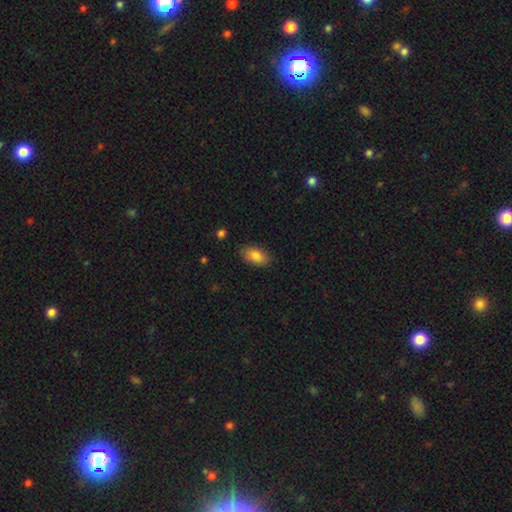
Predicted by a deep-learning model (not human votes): Overall: smooth (85%). How rounded: in between (92%). Merging: none (84%).